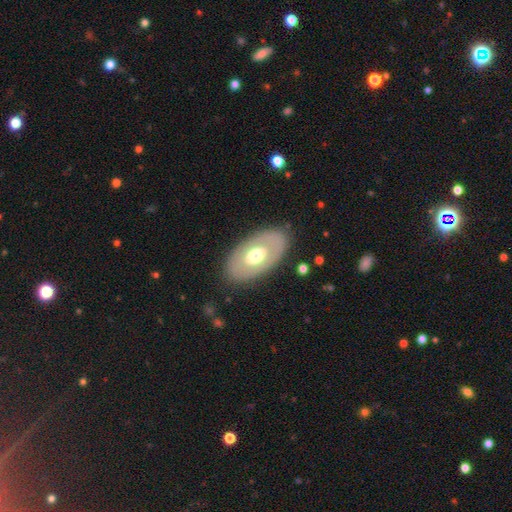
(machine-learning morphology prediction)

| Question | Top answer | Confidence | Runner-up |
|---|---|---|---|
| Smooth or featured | smooth | 50% | featured or disk (44%) |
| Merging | none | 83% | minor disturbance (11%) |